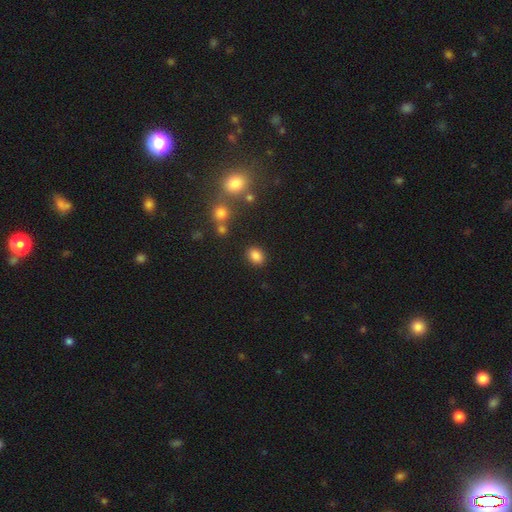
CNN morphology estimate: This appears to be a smooth galaxy with no disk features (84%) that is in between round and cigar-shaped (62%). Merging: none (85%).